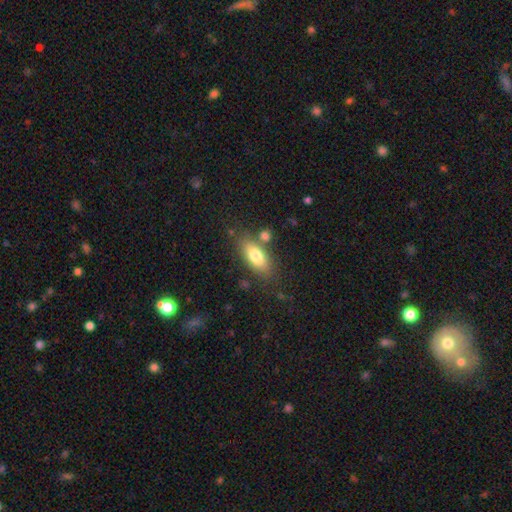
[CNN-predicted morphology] The model was most divided on "merging": none: 73%, minor disturbance: 13%, merger: 9%, major disturbance: 4%. More confident: how rounded — in between (79%); smooth or featured — smooth (76%).